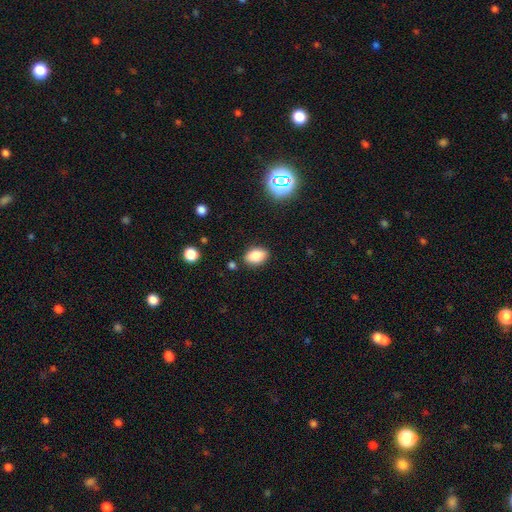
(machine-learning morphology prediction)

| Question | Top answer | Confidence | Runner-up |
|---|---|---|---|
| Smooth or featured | smooth | 84% | star or artifact (10%) |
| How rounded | in between | 85% | round (13%) |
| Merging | none | 84% | minor disturbance (11%) |